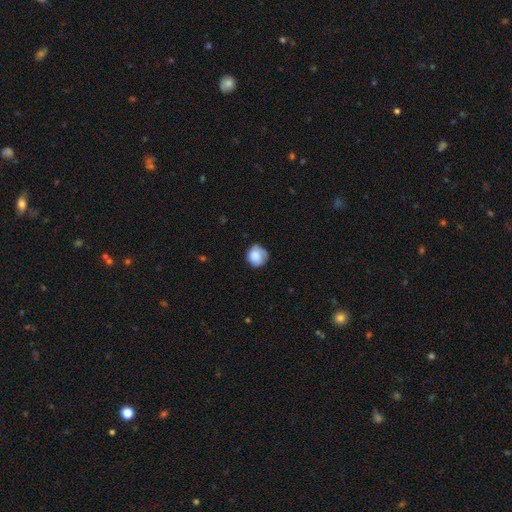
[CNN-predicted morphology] smooth 83%, featured or disk 10%, star or artifact 8%. Down the decision tree: how rounded — round (88%); merging — none (66%).